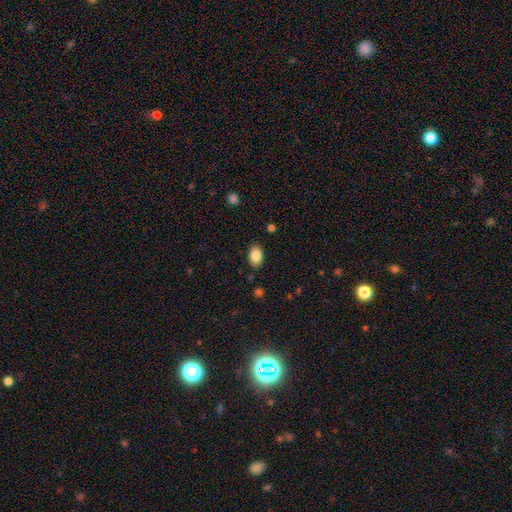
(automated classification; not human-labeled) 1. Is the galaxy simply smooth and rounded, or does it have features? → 86% smooth, 8% star or artifact, 7% featured or disk.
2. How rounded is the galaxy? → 90% in between, 9% round, 1% cigar-shaped.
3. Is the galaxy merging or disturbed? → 87% none, 10% minor disturbance, 2% major disturbance, 1% merger.